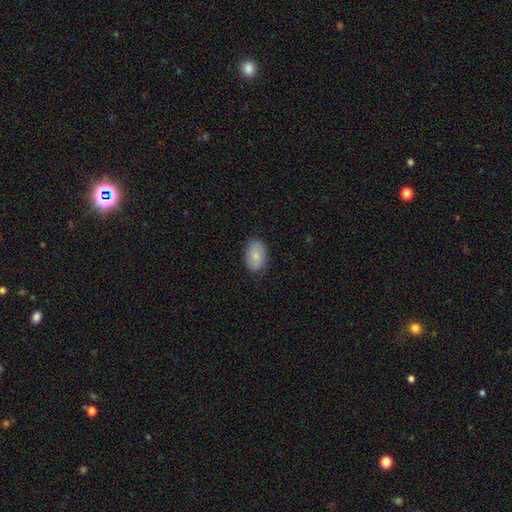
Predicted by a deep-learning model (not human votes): Smooth or featured: smooth — 79% (featured or disk — 14%)
How rounded: in between — 87% (round — 11%)
Merging: none — 83% (minor disturbance — 14%)